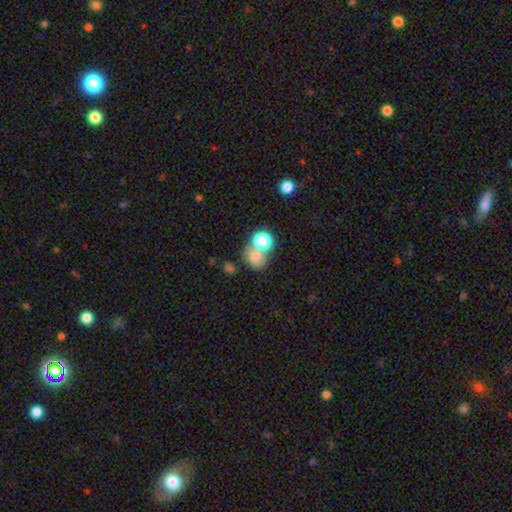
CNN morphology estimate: A smooth galaxy with no disk features (72%) that is round (69%).

Vote fractions:
- Smooth or featured? smooth: 72% / featured or disk: 15% / star or artifact: 13%
- How rounded? round: 69% / in between: 30% / cigar-shaped: 1%
- Merging? merger: 51% / none: 35% / minor disturbance: 9% / major disturbance: 5%